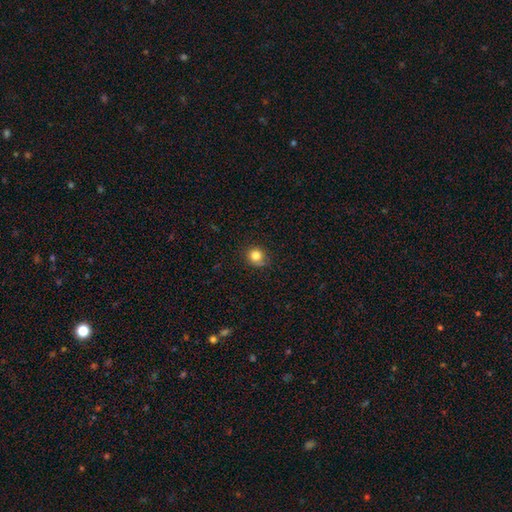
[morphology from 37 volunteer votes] Smooth or featured?
  - smooth: 92% *
  - featured or disk: 5%
  - star or artifact: 3%
How rounded?
  - round: 88% *
  - in between: 12%
  - cigar-shaped: 0%
Merging?
  - none: 81% *
  - minor disturbance: 19%
  - major disturbance: 0%
  - merger: 0%